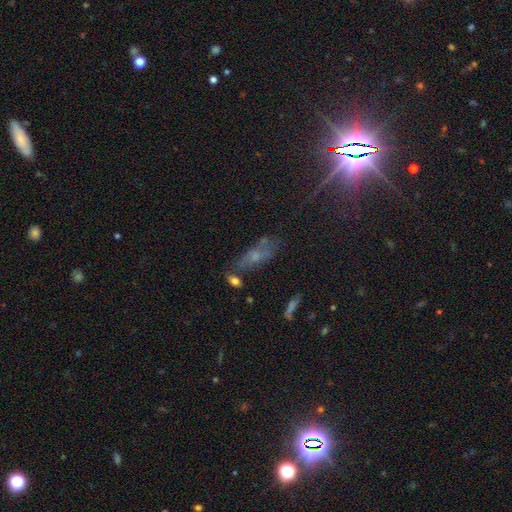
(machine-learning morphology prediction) Smooth or featured? Predicted: smooth (p=0.42). Merging? Predicted: none (p=0.55).